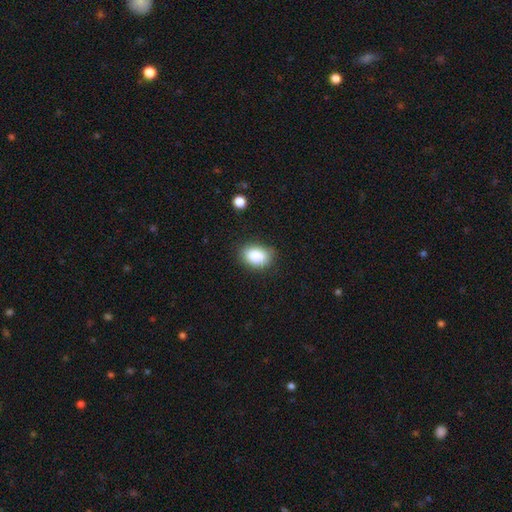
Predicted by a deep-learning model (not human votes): Smooth or featured? smooth (87%)
How rounded? in between (78%)
Merging? none (83%)